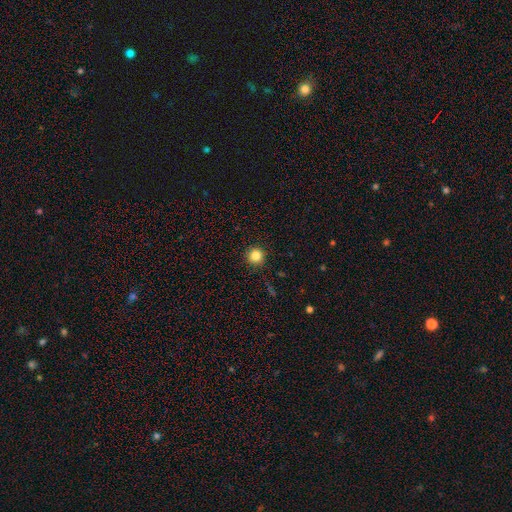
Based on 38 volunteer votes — Volunteers were most divided on "merging": none: 85%, minor disturbance: 12%, merger: 3%, major disturbance: 0%. More confident: how rounded — round (97%); smooth or featured — smooth (89%).